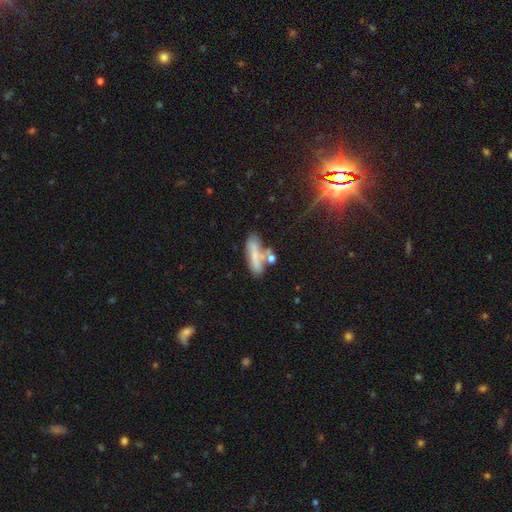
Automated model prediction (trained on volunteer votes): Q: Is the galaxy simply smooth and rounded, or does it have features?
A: smooth — 61%.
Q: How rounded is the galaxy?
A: cigar-shaped — 49%.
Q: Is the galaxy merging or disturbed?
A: none — 47%.